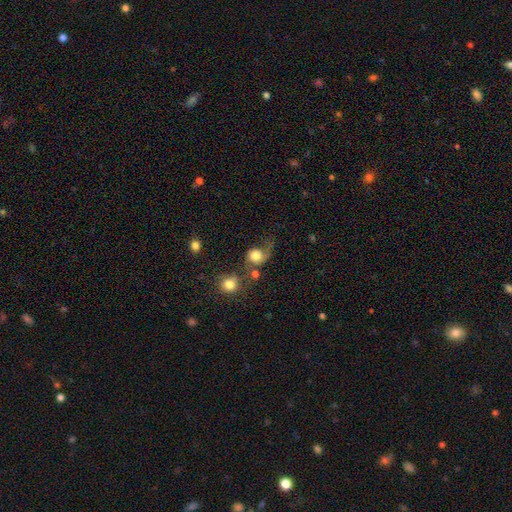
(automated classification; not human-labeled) A smooth galaxy with no disk features (68%) that is round (76%).

Vote fractions:
- Smooth or featured? smooth: 68% / featured or disk: 22% / star or artifact: 10%
- How rounded? round: 76% / in between: 22% / cigar-shaped: 1%
- Merging? major disturbance: 36% / none: 30% / minor disturbance: 19% / merger: 14%